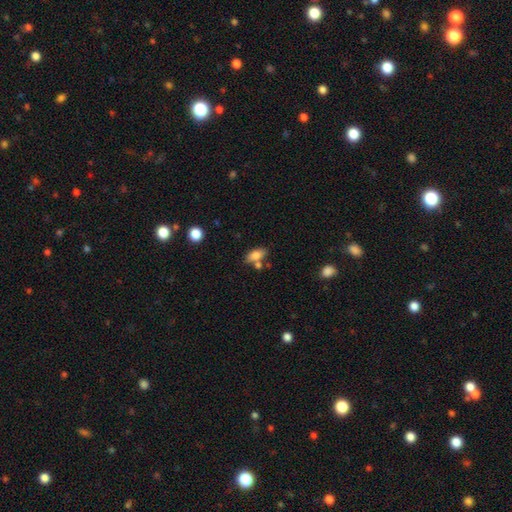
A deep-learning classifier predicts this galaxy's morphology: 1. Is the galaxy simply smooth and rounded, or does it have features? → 80% smooth, 12% featured or disk, 8% star or artifact.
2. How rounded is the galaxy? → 84% in between, 11% cigar-shaped, 5% round.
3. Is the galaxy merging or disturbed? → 61% none, 21% merger, 15% minor disturbance, 4% major disturbance.